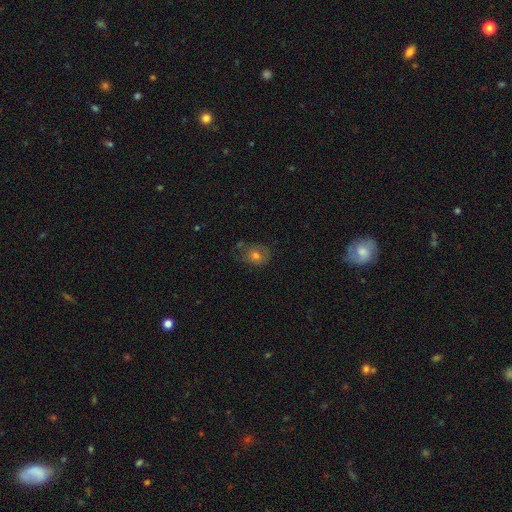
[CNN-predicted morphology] Smooth or featured?
  - smooth: 60% *
  - featured or disk: 25%
  - star or artifact: 14%
How rounded?
  - round: 54% *
  - in between: 45%
  - cigar-shaped: 1%
Merging?
  - none: 59% *
  - minor disturbance: 26%
  - major disturbance: 11%
  - merger: 4%